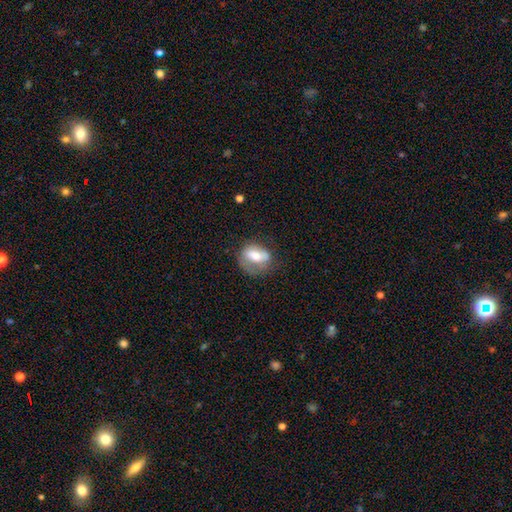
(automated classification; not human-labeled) This is possibly a smooth galaxy (56%). How rounded: likely in between (71%). Merging: possibly none (51%).